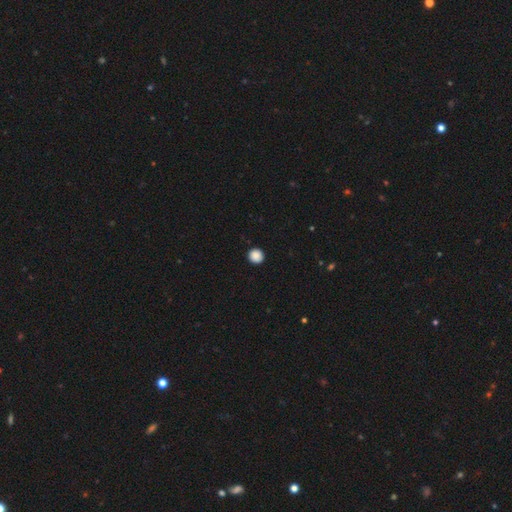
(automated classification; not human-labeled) Q: Smooth or featured?
A: smooth (88%); runner-up: star or artifact (9%)
Q: How rounded?
A: round (95%); runner-up: in between (4%)
Q: Merging?
A: none (93%); runner-up: minor disturbance (5%)